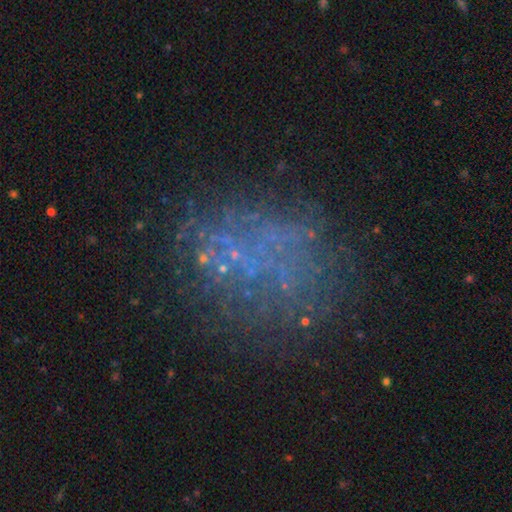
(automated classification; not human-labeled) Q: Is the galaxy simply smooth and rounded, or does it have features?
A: featured or disk — 38%.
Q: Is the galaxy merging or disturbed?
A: none — 64%.